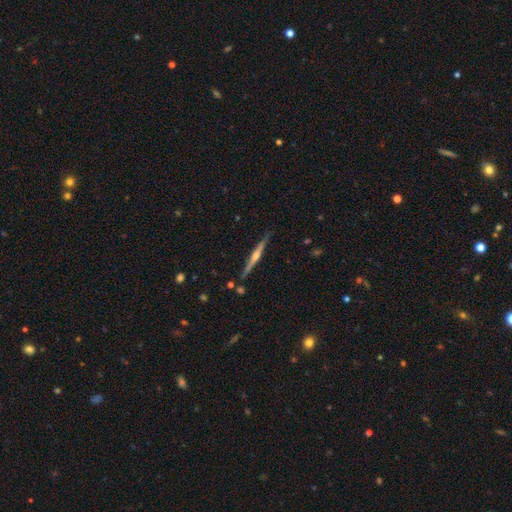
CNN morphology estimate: Smooth or featured?
  - featured or disk: 80% *
  - smooth: 14%
  - star or artifact: 6%
Edge-on disk?
  - yes: 98% *
  - no: 2%
Edge-on bulge?
  - rounded: 90% *
  - none: 5%
  - boxy: 4%
Merging?
  - none: 88% *
  - minor disturbance: 8%
  - merger: 2%
  - major disturbance: 2%